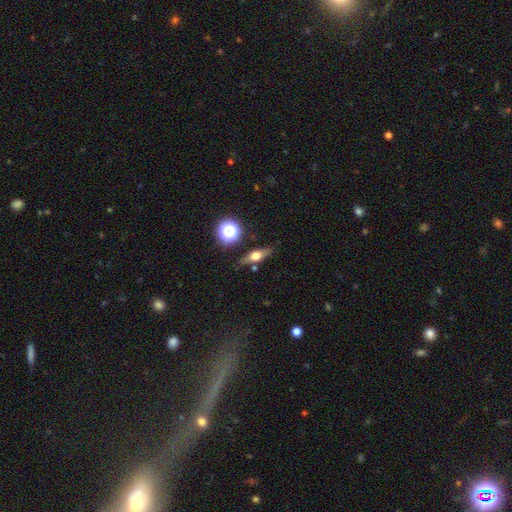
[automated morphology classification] A featured or disk galaxy (45%).

Vote fractions:
- Smooth or featured? featured or disk: 45% / smooth: 44% / star or artifact: 11%
- Merging? none: 81% / minor disturbance: 13% / major disturbance: 3% / merger: 3%